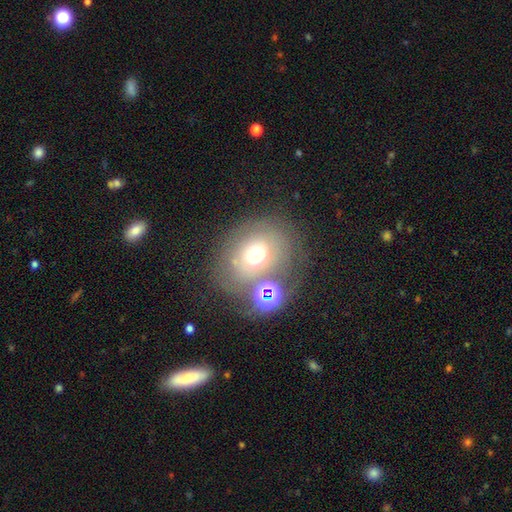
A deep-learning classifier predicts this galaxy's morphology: Smooth or featured? Predicted: smooth (p=0.55). How rounded? Predicted: round (p=0.55). Merging? Predicted: none (p=0.58).